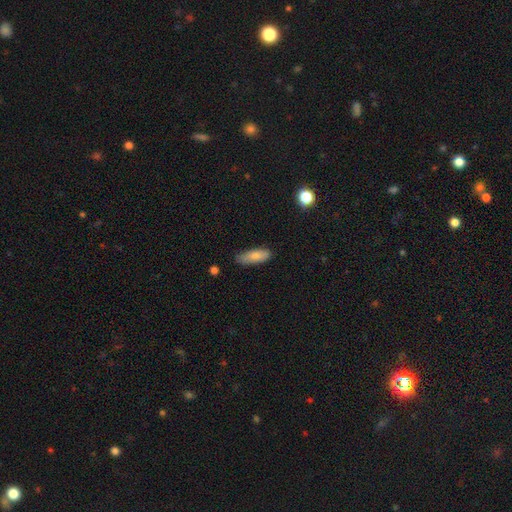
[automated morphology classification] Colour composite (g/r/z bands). It shows a smooth galaxy with no disk features (81%) that is in between round and cigar-shaped (60%). Merging: none (75%).